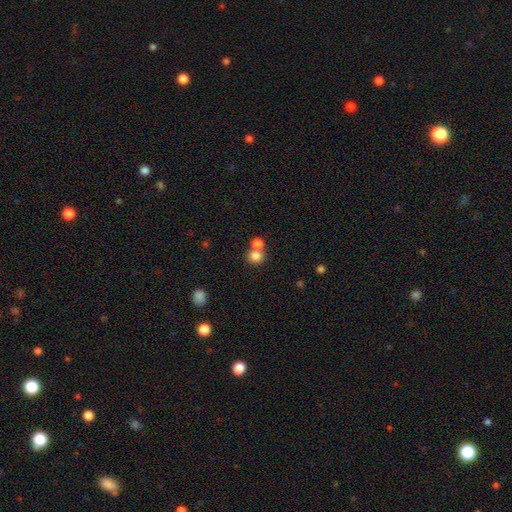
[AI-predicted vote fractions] The model was most divided on "merging": none: 46%, merger: 45%, minor disturbance: 6%, major disturbance: 3%. More confident: how rounded — round (86%); smooth or featured — smooth (81%).